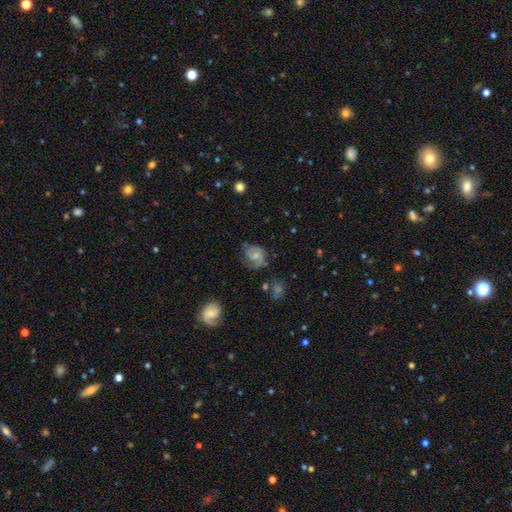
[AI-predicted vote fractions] This is likely a featured or disk galaxy (65%). It is clearly not viewed edge-on (97%). Bar: possibly no (50%). Spiral arm pattern: clearly yes (90%). Spiral arm count: likely 2 (67%). Spiral winding: possibly medium (46%). Central bulge: marginally small (43%). Merging: possibly none (57%).